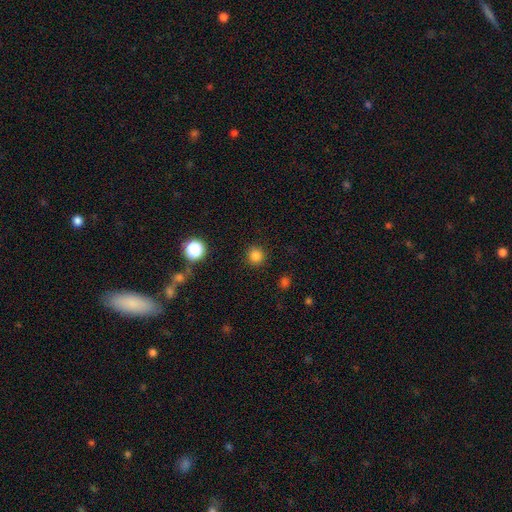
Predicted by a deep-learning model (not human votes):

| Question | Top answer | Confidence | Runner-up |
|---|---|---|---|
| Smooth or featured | smooth | 83% | star or artifact (14%) |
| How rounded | round | 93% | in between (6%) |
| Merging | none | 90% | minor disturbance (6%) |